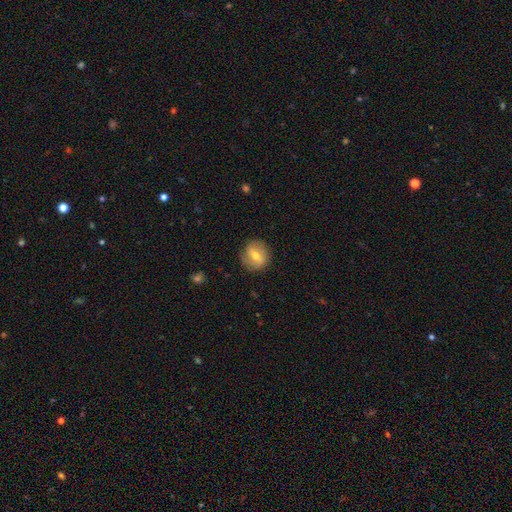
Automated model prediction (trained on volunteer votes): Overall: featured or disk (47%; smooth 45%). Merging: none (82%).